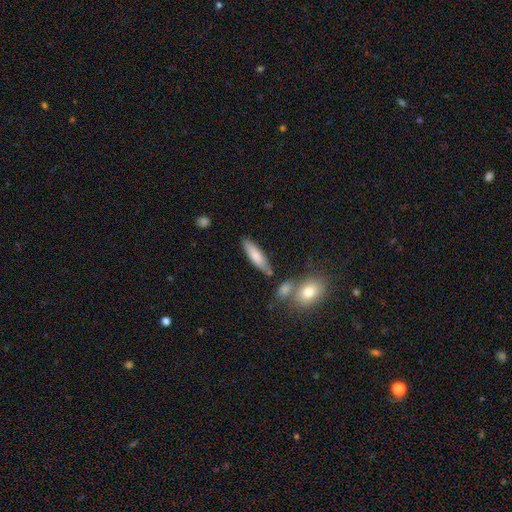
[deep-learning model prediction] Smooth or featured? smooth (76%)
How rounded? cigar-shaped (64%)
Merging? none (74%)